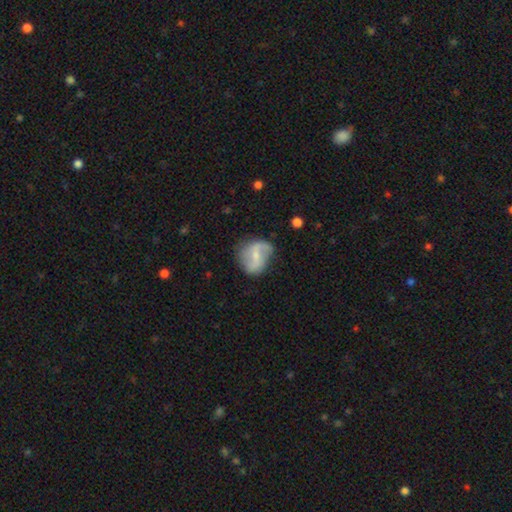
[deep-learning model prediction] This appears to be a featured or disk galaxy (65%) with a weak bar (46%), 2 (84%) loose (63%) spiral arms (81%) and a small central bulge (55%). Merging: none (61%).